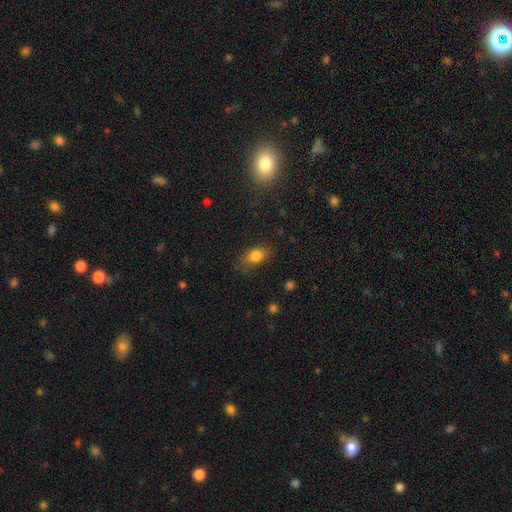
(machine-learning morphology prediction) Smooth or featured? smooth (82%)
How rounded? in between (78%)
Merging? none (71%)